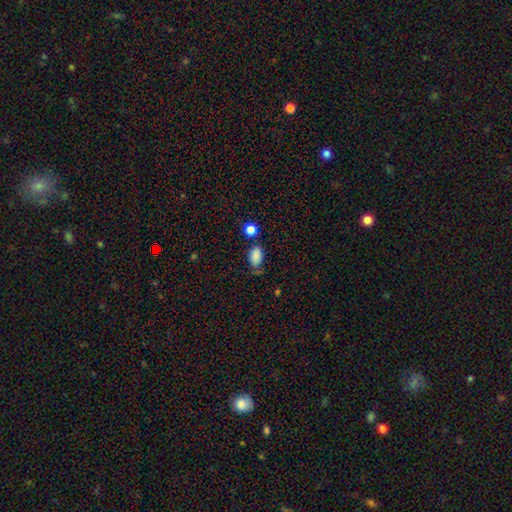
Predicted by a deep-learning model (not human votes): Q: Smooth or featured?
A: smooth (84%); runner-up: star or artifact (10%)
Q: How rounded?
A: in between (89%); runner-up: round (9%)
Q: Merging?
A: none (61%); runner-up: minor disturbance (23%)